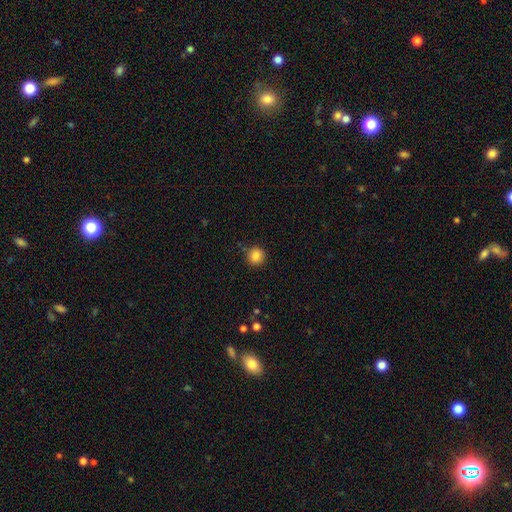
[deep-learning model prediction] Smooth or featured: smooth — 85% (star or artifact — 10%)
How rounded: round — 92% (in between — 7%)
Merging: none — 84% (minor disturbance — 11%)